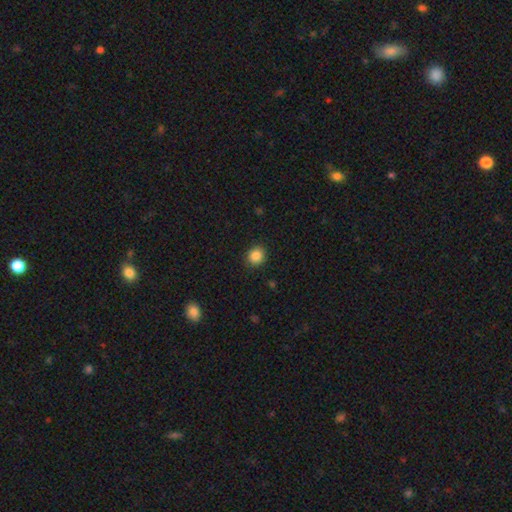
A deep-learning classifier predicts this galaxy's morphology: type=smooth (87%); roundness=round (86%); merging=none (90%).